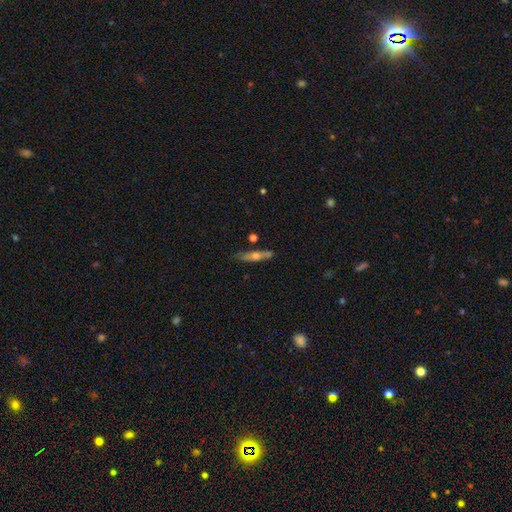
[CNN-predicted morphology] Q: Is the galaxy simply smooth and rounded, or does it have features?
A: featured or disk — 47%.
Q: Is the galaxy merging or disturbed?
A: none — 74%.